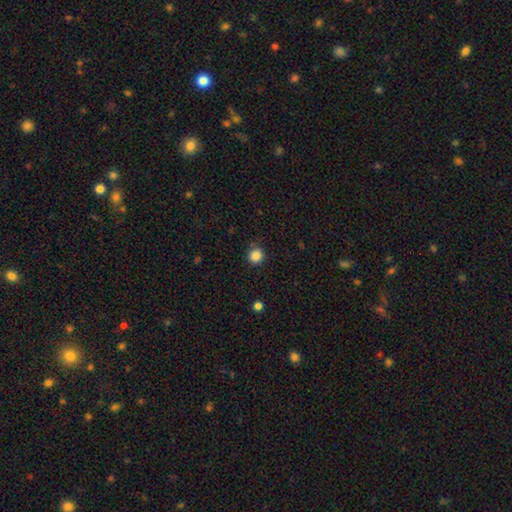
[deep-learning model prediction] Smooth or featured? Predicted: smooth (p=0.85). How rounded? Predicted: round (p=0.94). Merging? Predicted: none (p=0.90).